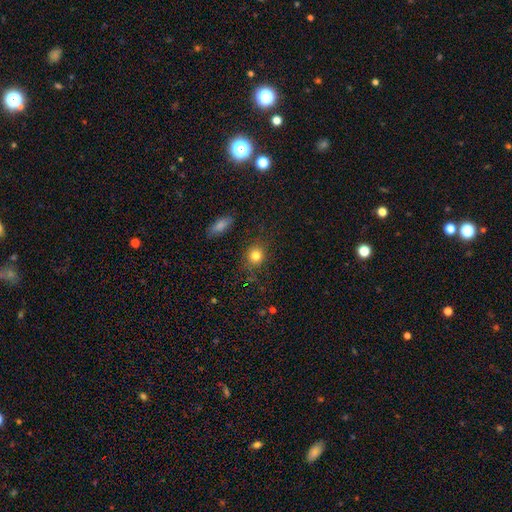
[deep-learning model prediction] Q: Smooth or featured?
A: smooth (82%); runner-up: star or artifact (12%)
Q: How rounded?
A: round (77%); runner-up: in between (22%)
Q: Merging?
A: none (83%); runner-up: minor disturbance (11%)